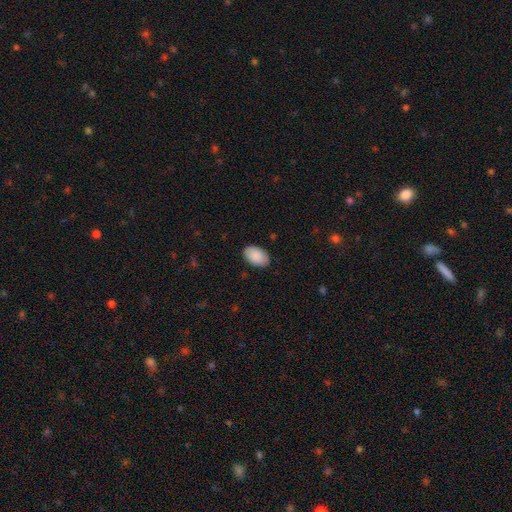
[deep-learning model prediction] Q: Smooth or featured?
A: smooth (91%); runner-up: star or artifact (6%)
Q: How rounded?
A: in between (93%); runner-up: round (6%)
Q: Merging?
A: none (87%); runner-up: minor disturbance (10%)